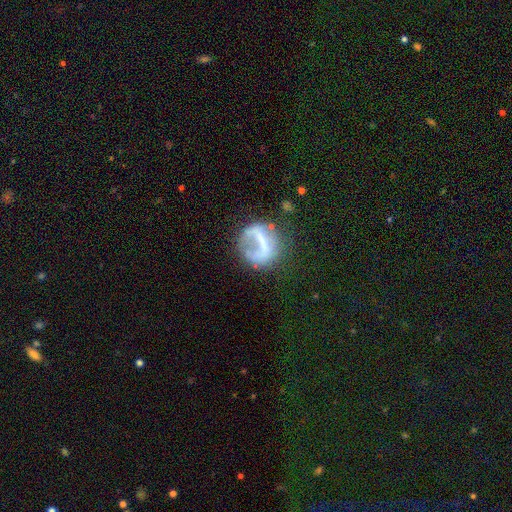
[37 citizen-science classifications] A smooth galaxy with no disk features (51%) that is round (84%). Merging: major disturbance (50%).